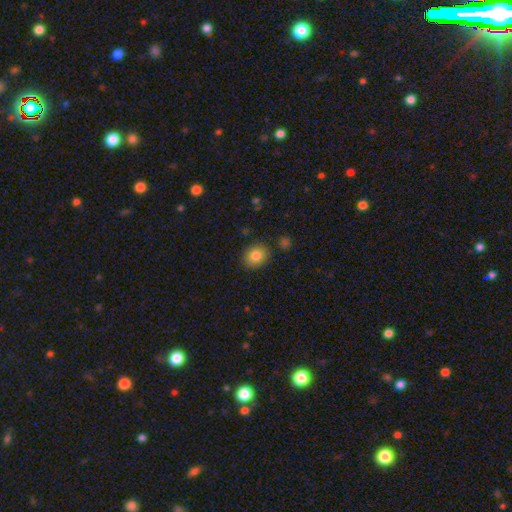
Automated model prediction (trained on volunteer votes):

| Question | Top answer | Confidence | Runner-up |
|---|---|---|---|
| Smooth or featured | smooth | 83% | star or artifact (9%) |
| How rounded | round | 59% | in between (40%) |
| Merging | none | 86% | minor disturbance (10%) |